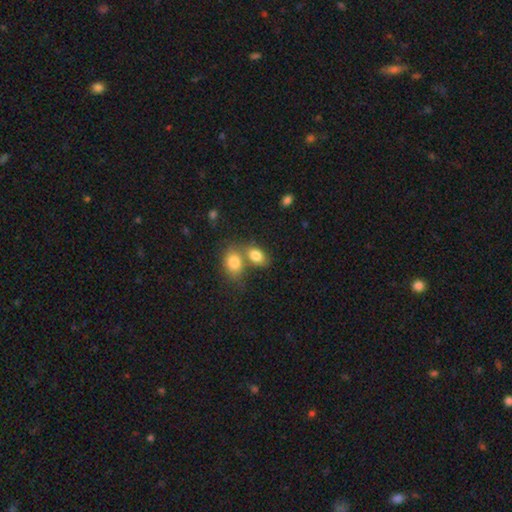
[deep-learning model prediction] Smooth or featured: smooth — 82% (featured or disk — 9%)
How rounded: in between — 83% (round — 15%)
Merging: merger — 49% (none — 37%)